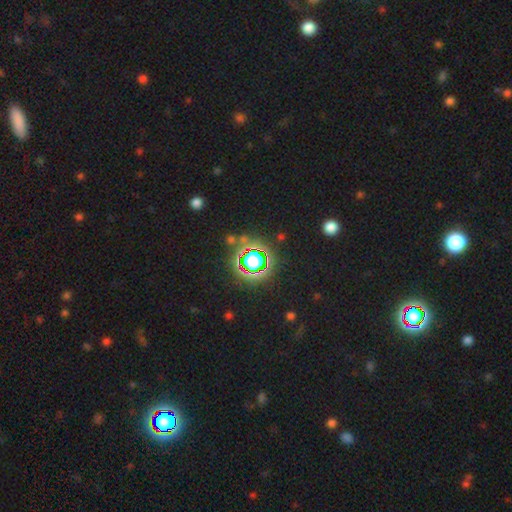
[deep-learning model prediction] This is likely a star or artifact rather than a galaxy (80%).